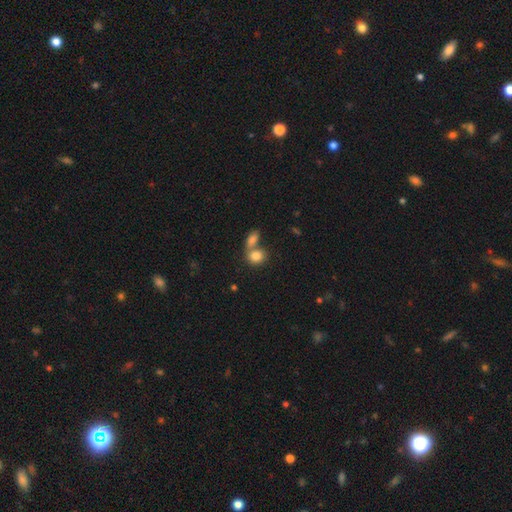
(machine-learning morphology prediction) Smooth or featured?
  - smooth: 83% *
  - star or artifact: 9%
  - featured or disk: 9%
How rounded?
  - round: 50% *
  - in between: 48%
  - cigar-shaped: 2%
Merging?
  - merger: 55% *
  - none: 34%
  - minor disturbance: 8%
  - major disturbance: 4%